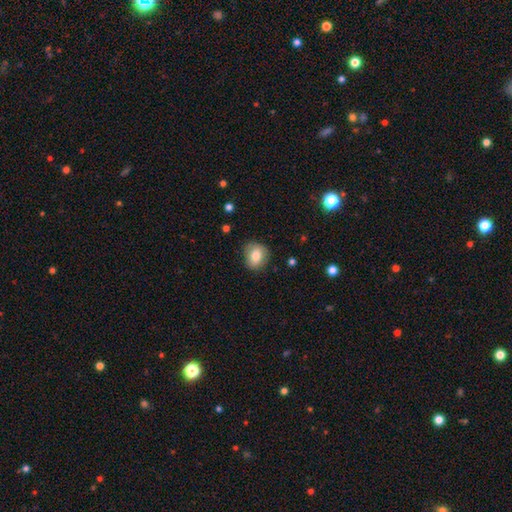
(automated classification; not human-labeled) Smooth or featured?
  - smooth: 80% *
  - featured or disk: 12%
  - star or artifact: 8%
How rounded?
  - round: 66% *
  - in between: 33%
  - cigar-shaped: 1%
Merging?
  - none: 77% *
  - minor disturbance: 18%
  - major disturbance: 4%
  - merger: 1%